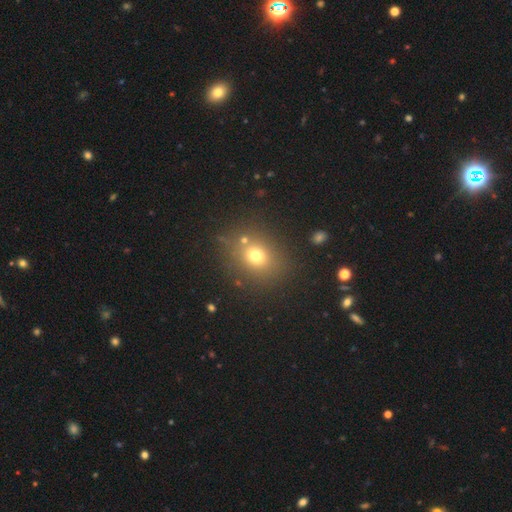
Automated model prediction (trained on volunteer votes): A smooth galaxy with no disk features (71%) that is round (61%).

Vote fractions:
- Smooth or featured? smooth: 71% / star or artifact: 18% / featured or disk: 11%
- How rounded? round: 61% / in between: 37% / cigar-shaped: 1%
- Merging? none: 77% / minor disturbance: 10% / merger: 8% / major disturbance: 5%